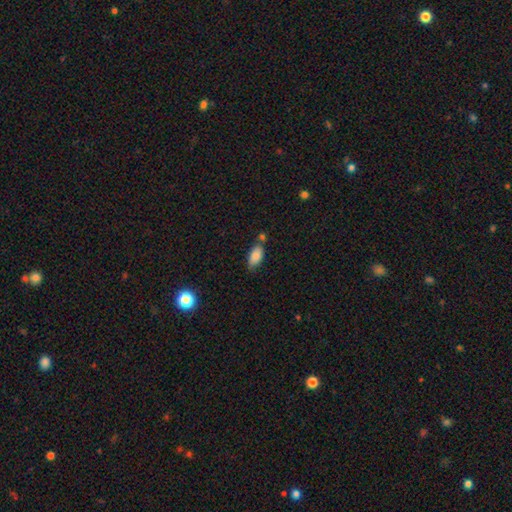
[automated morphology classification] Q: Smooth or featured?
A: smooth (84%); runner-up: featured or disk (8%)
Q: How rounded?
A: in between (90%); runner-up: cigar-shaped (7%)
Q: Merging?
A: none (60%); runner-up: minor disturbance (21%)